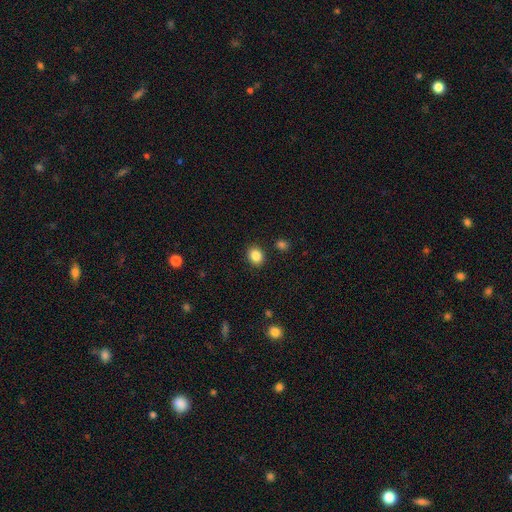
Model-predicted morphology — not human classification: Overall: smooth (86%). How rounded: round (58%; in between 41%). Merging: none (88%).